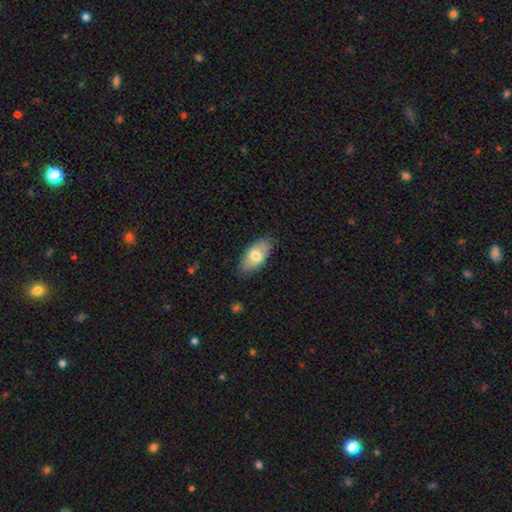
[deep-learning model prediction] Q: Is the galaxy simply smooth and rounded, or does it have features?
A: smooth — 69%.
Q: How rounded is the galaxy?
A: in between — 90%.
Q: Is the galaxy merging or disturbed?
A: none — 81%.